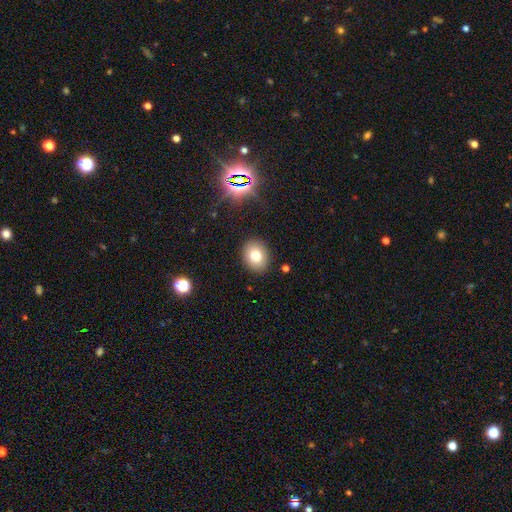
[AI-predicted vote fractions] Q: Smooth or featured?
A: smooth (77%); runner-up: star or artifact (13%)
Q: How rounded?
A: in between (51%); runner-up: round (48%)
Q: Merging?
A: none (88%); runner-up: minor disturbance (8%)